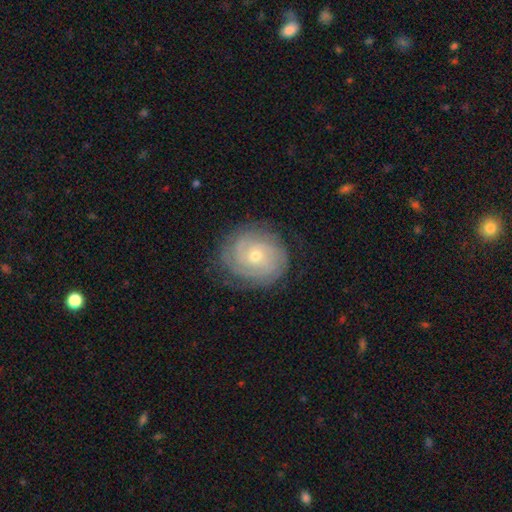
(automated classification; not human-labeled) Smooth or featured: featured or disk — 83% (smooth — 11%)
Edge-on disk: no — 97% (yes — 3%)
Bar: no — 74% (weak — 21%)
Spiral arms: yes — 96% (no — 4%)
Spiral winding: tight — 80% (medium — 16%)
Spiral arm count: can't tell — 31% (3 — 24%)
Bulge size: small — 58% (moderate — 40%)
Merging: none — 82% (minor disturbance — 13%)